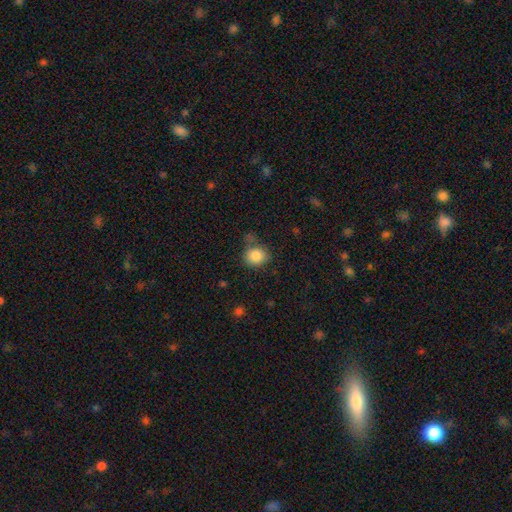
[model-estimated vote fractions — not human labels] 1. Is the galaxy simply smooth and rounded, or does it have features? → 84% smooth, 9% star or artifact, 6% featured or disk.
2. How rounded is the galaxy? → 74% round, 25% in between, 1% cigar-shaped.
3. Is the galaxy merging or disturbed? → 69% none, 17% minor disturbance, 8% merger, 5% major disturbance.